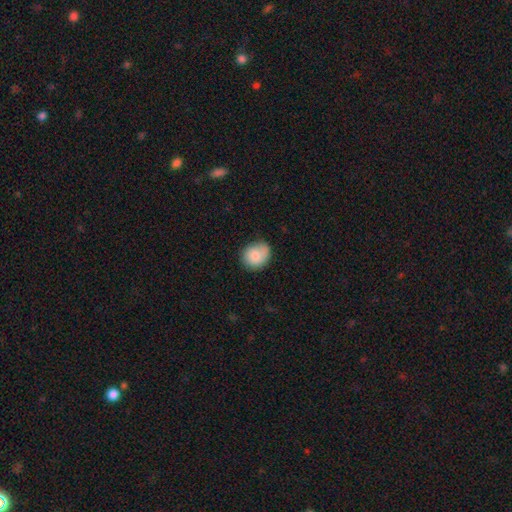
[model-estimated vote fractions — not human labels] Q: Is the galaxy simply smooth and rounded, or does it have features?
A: smooth — 81%.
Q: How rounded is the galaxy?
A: round — 63%.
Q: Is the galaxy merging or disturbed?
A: none — 67%.